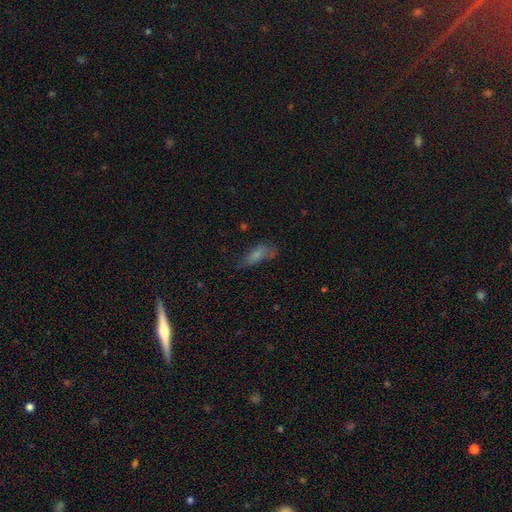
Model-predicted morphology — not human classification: smooth-or-featured: smooth: 60% | featured or disk: 25% | star or artifact: 16%
  how-rounded: in between: 54% | cigar-shaped: 43% | round: 4%
  merging: none: 54% | minor disturbance: 27% | major disturbance: 15% | merger: 3%